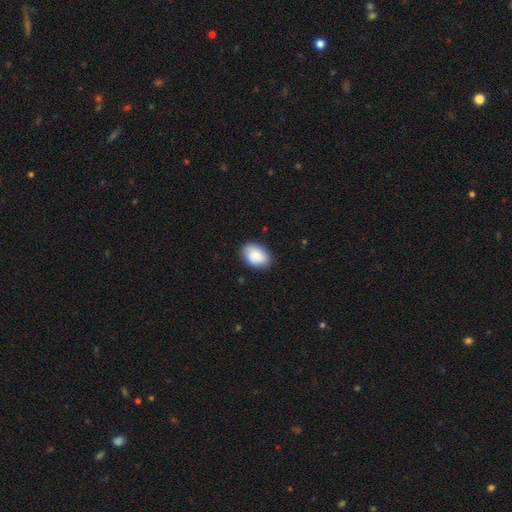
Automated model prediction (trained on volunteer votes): Smooth or featured: smooth — 86% (featured or disk — 8%)
How rounded: in between — 88% (round — 11%)
Merging: none — 85% (minor disturbance — 11%)